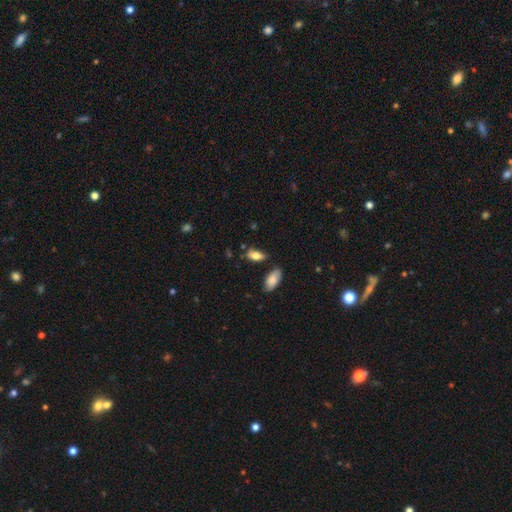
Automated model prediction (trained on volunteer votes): This is likely a smooth galaxy (74%). How rounded: clearly in between (83%). Merging: likely none (63%).